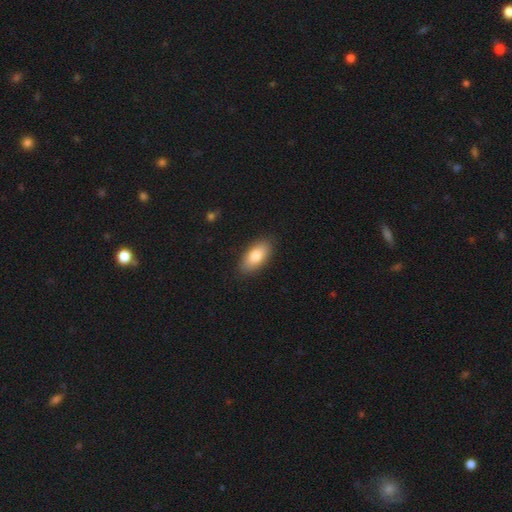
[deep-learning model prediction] smooth_or_featured: smooth (p=0.82) [alt: featured or disk p=0.12]
how_rounded: in between (p=0.89) [alt: cigar-shaped p=0.08]
merging: none (p=0.88) [alt: minor disturbance p=0.09]